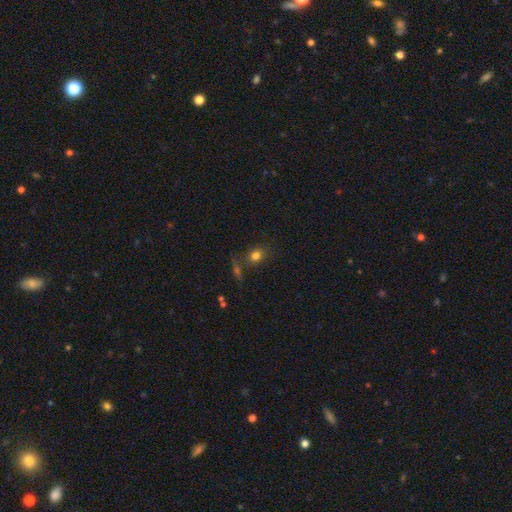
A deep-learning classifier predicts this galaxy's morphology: This is likely a smooth galaxy (77%). How rounded: possibly round (60%). Merging: likely none (69%).